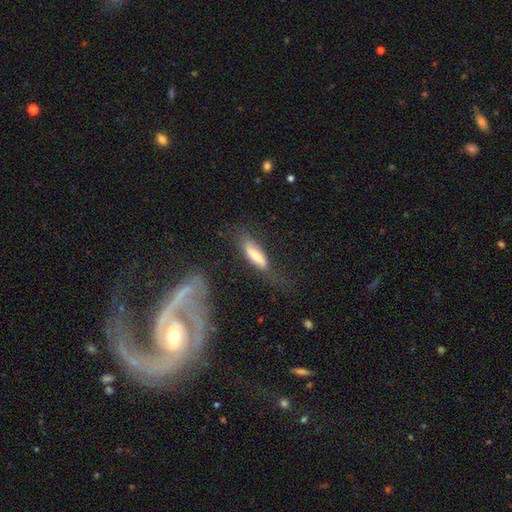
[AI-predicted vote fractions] The model was most divided on "how rounded": in between: 50%, cigar-shaped: 48%, round: 2%. More confident: smooth or featured — smooth (63%); merging — none (53%).